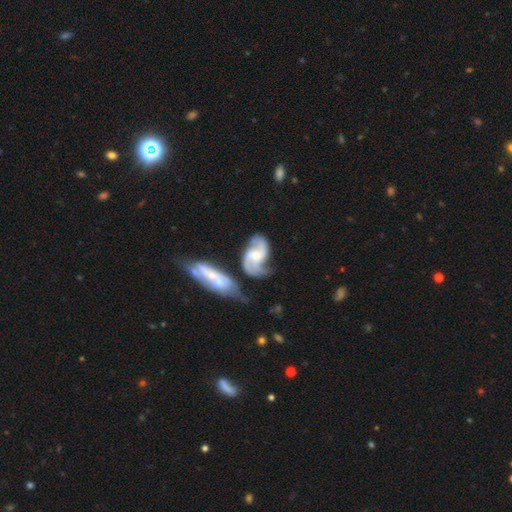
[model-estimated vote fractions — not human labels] Smooth or featured: featured or disk — 83% (smooth — 12%)
Edge-on disk: no — 97% (yes — 3%)
Bar: weak — 45% (no — 44%)
Spiral arms: yes — 95% (no — 5%)
Spiral winding: loose — 45% (medium — 43%)
Spiral arm count: 2 — 79% (3 — 9%)
Bulge size: moderate — 44% (small — 37%)
Merging: none — 45% (merger — 22%)